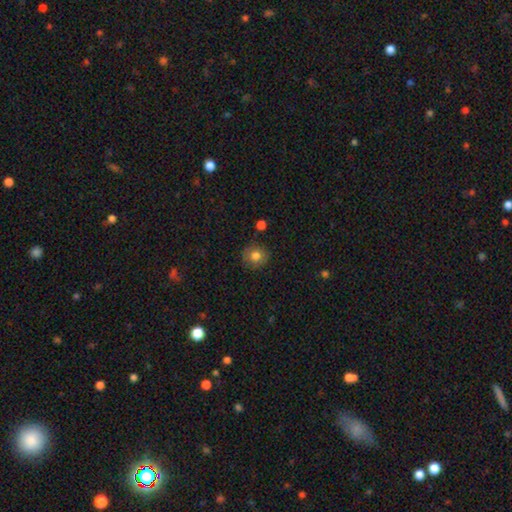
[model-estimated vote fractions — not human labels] Smooth or featured? smooth (80%)
How rounded? round (89%)
Merging? none (86%)